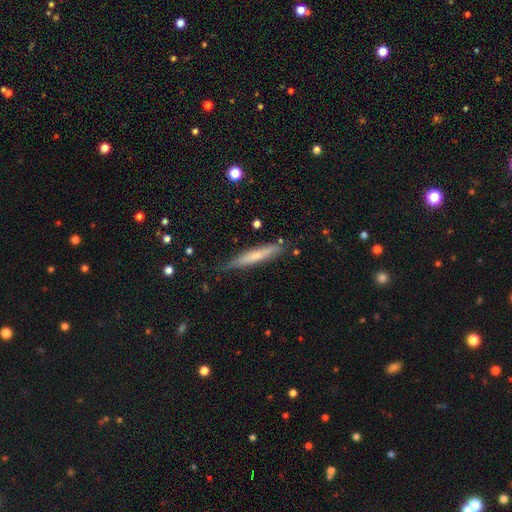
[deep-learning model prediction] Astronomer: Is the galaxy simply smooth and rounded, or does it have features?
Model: smooth — 55% (runner-up: featured or disk, 39%).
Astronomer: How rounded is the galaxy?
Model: cigar-shaped — 93%.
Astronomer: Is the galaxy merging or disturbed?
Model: none — 74%.